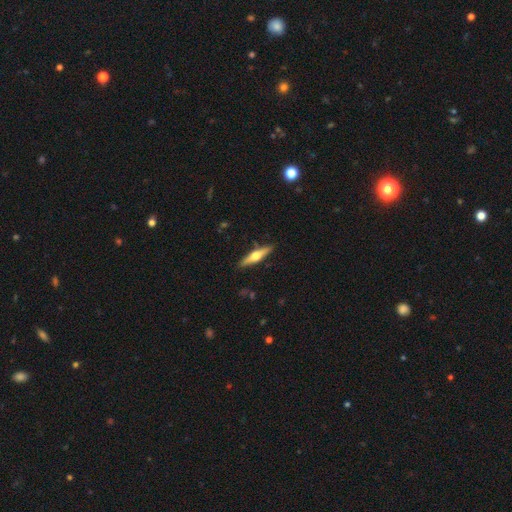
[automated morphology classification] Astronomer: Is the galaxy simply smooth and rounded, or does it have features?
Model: featured or disk — 60%.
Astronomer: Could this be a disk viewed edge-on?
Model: yes — 96%.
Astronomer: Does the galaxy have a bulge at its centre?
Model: rounded — 94%.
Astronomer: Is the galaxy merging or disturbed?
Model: none — 89%.